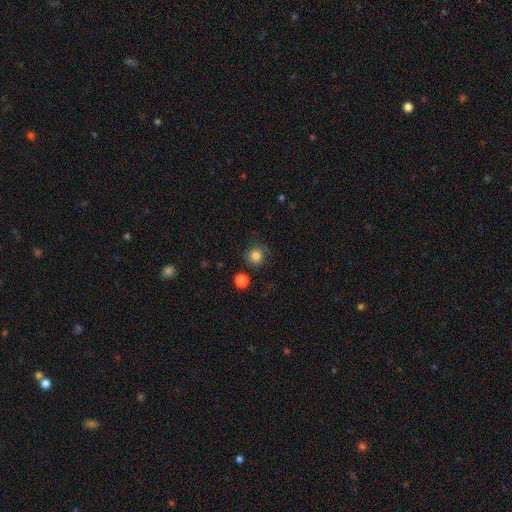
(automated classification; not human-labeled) Overall: smooth (81%). How rounded: round (89%). Merging: none (72%).